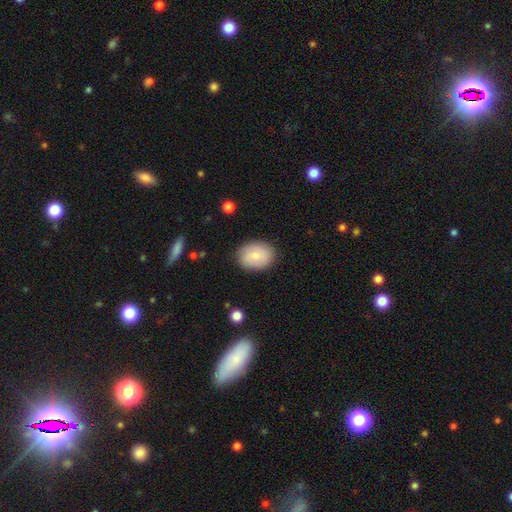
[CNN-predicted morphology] Smooth or featured? Predicted: smooth (p=0.74). How rounded? Predicted: in between (p=0.63). Merging? Predicted: none (p=0.85).